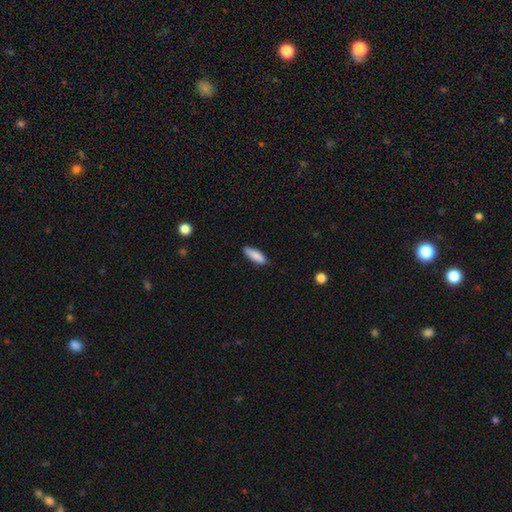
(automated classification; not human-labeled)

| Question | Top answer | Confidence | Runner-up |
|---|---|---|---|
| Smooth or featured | smooth | 86% | featured or disk (8%) |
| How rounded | cigar-shaped | 56% | in between (42%) |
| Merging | none | 84% | minor disturbance (13%) |